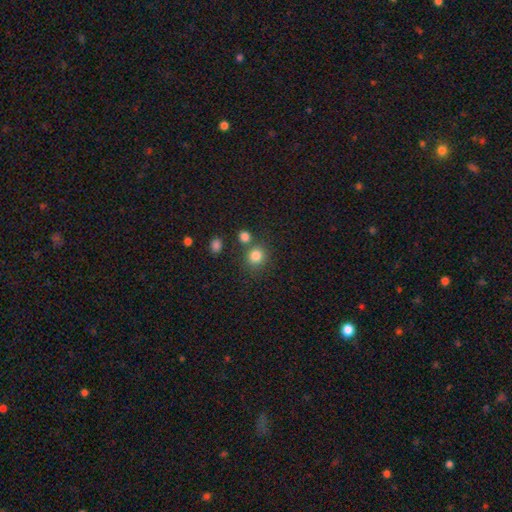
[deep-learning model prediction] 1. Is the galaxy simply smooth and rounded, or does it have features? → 82% smooth, 13% star or artifact, 5% featured or disk.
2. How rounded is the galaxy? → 85% round, 14% in between, 1% cigar-shaped.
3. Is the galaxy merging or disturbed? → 71% none, 16% merger, 9% minor disturbance, 4% major disturbance.